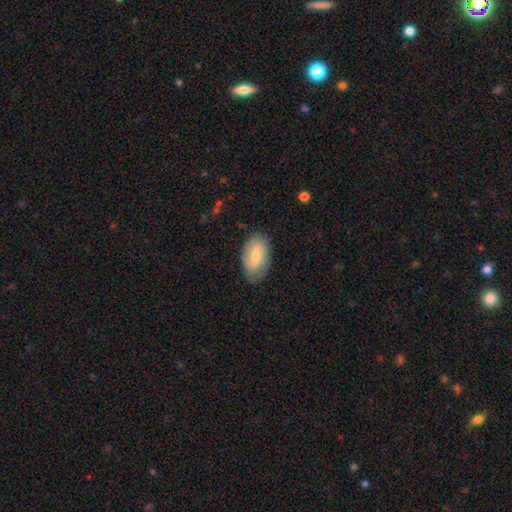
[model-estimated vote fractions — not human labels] Smooth or featured? smooth (57%)
How rounded? in between (93%)
Merging? none (77%)